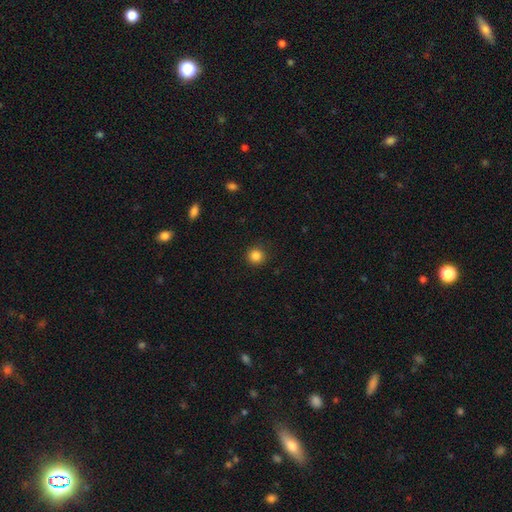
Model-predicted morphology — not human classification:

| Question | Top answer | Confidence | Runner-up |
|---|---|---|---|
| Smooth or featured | smooth | 85% | star or artifact (11%) |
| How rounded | round | 94% | in between (5%) |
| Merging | none | 91% | minor disturbance (6%) |